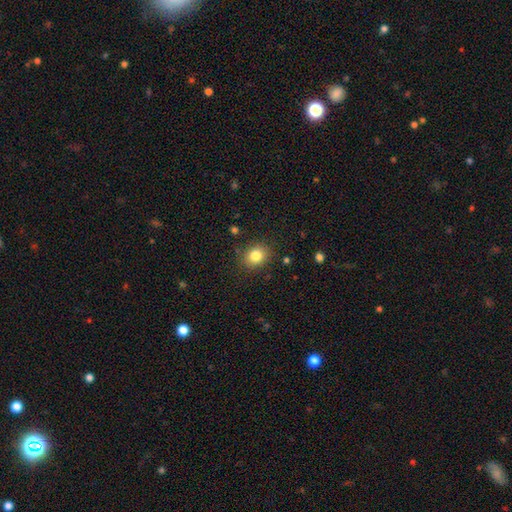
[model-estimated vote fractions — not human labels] Morphology: type=smooth (82%); roundness=round (60%); merging=none (86%).